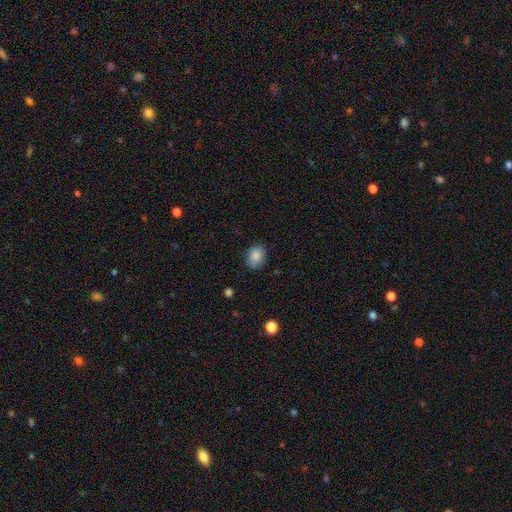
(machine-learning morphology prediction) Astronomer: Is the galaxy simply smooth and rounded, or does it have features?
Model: smooth — 86%.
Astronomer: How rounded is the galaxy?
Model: in between — 56% (runner-up: round, 43%).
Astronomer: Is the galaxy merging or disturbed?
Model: none — 78%.